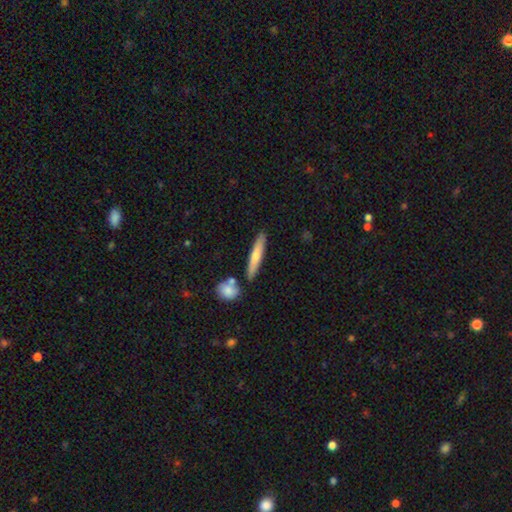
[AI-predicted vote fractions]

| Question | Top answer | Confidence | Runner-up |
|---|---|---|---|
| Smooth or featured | smooth | 62% | featured or disk (33%) |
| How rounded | cigar-shaped | 89% | in between (9%) |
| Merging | none | 83% | minor disturbance (9%) |